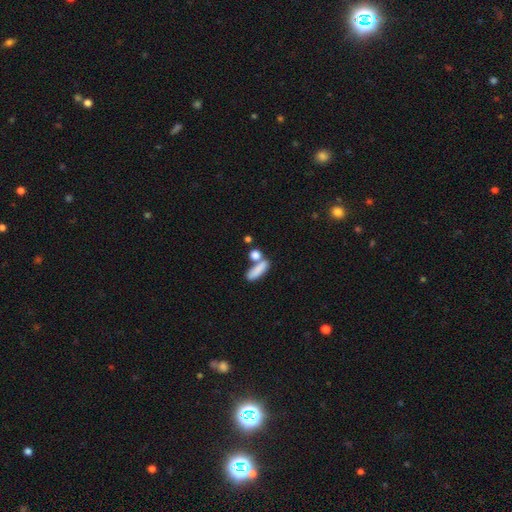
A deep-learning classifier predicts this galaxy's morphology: smooth 82%, featured or disk 9%, star or artifact 9%. Down the decision tree: how rounded — in between (46%); merging — none (53%).